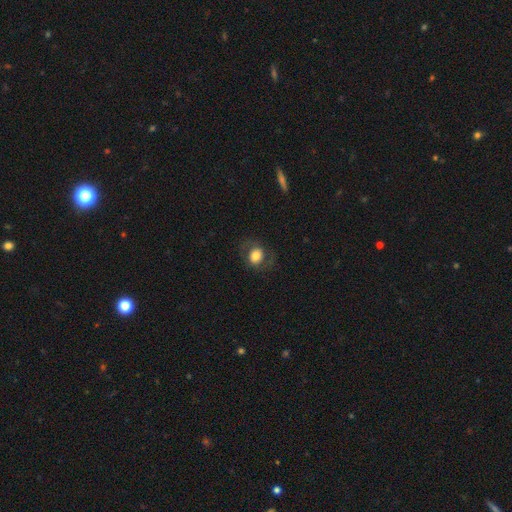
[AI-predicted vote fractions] Smooth or featured: smooth — 69% (featured or disk — 22%)
How rounded: round — 59% (in between — 40%)
Merging: none — 75% (minor disturbance — 14%)